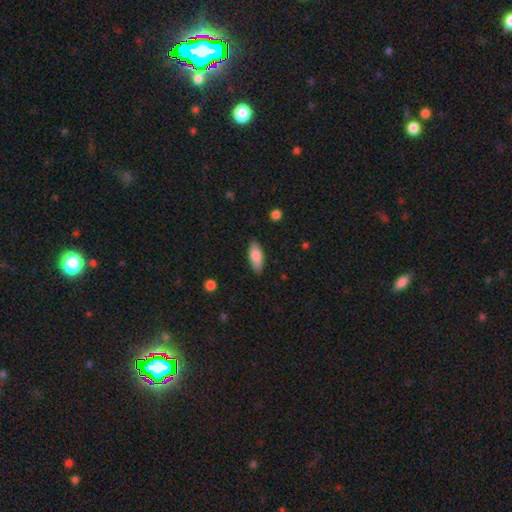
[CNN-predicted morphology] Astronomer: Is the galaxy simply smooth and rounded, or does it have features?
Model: smooth — 80%.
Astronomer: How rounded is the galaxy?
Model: in between — 79%.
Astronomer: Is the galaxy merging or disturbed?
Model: none — 85%.